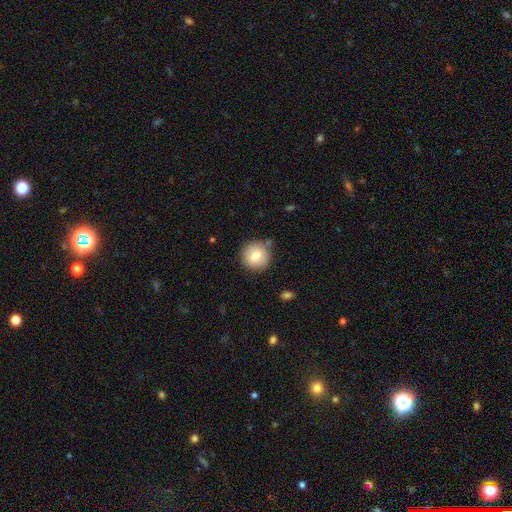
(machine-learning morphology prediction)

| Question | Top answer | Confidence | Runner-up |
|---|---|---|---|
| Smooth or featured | smooth | 78% | featured or disk (14%) |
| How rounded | round | 93% | in between (6%) |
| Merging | none | 84% | minor disturbance (10%) |